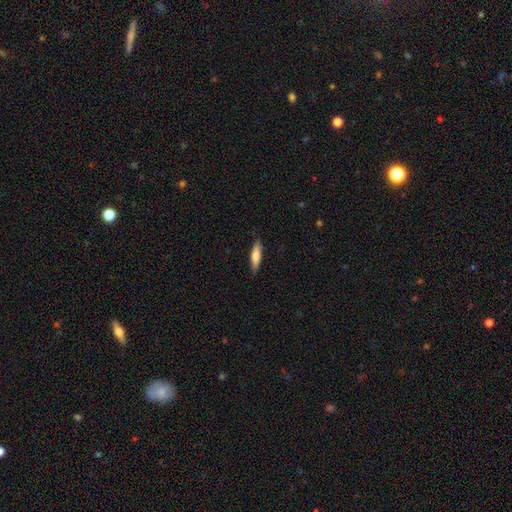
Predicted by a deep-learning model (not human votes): Smooth or featured?
  - smooth: 72% *
  - featured or disk: 22%
  - star or artifact: 6%
How rounded?
  - cigar-shaped: 69% *
  - in between: 30%
  - round: 2%
Merging?
  - none: 85% *
  - minor disturbance: 12%
  - major disturbance: 2%
  - merger: 1%